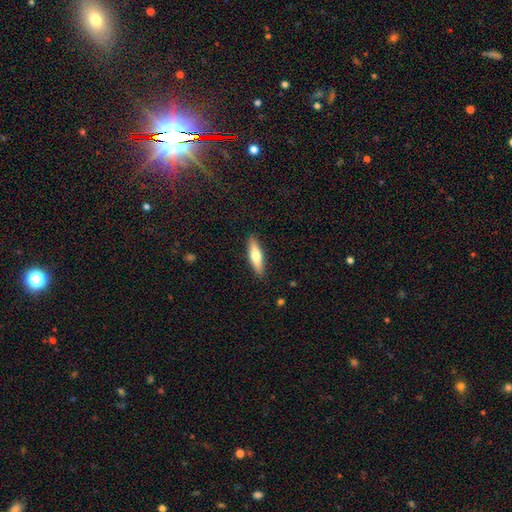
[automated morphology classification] This appears to be a smooth galaxy with no disk features (60%) that is cigar-shaped (68%). Merging: none (89%).